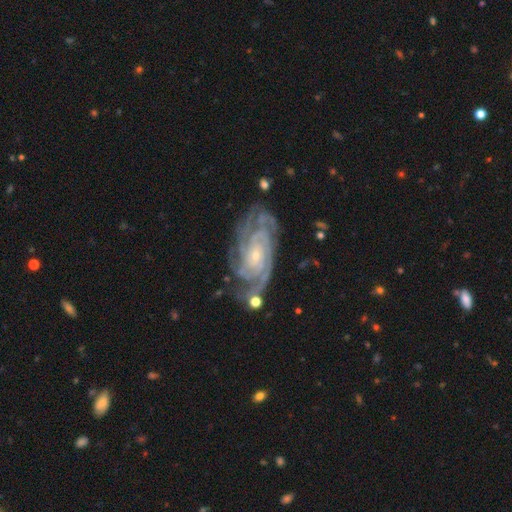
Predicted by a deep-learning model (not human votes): The model was most divided on "spiral arm count": 4: 33%, 3: 18%, can't tell: 17%, more than 4: 15%, 2: 11%, 1: 6%. More confident: spiral arms — yes (98%); edge-on disk — no (97%); smooth or featured — featured or disk (91%); bulge size — small (80%); spiral winding — tight (76%); merging — none (70%); bar — no (70%).